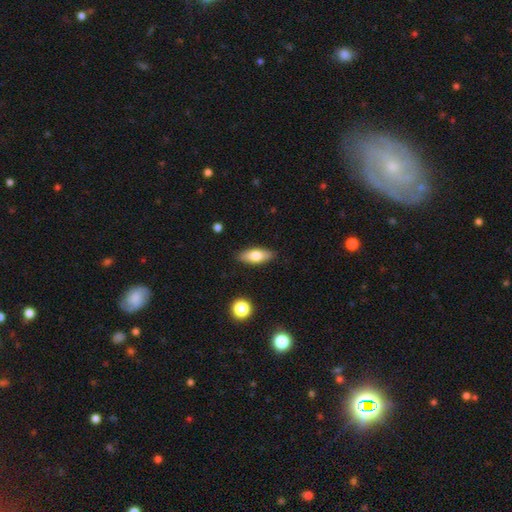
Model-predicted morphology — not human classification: Smooth or featured: smooth — 68% (featured or disk — 25%)
How rounded: in between — 72% (cigar-shaped — 25%)
Merging: none — 87% (minor disturbance — 9%)